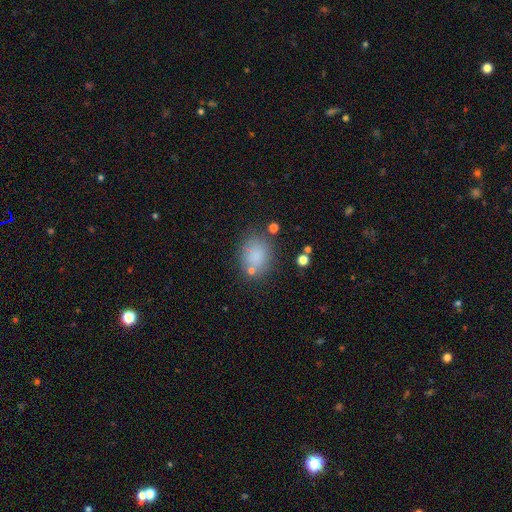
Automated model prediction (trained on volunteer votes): Overall: smooth (81%). How rounded: round (57%; in between 42%). Merging: none (73%).